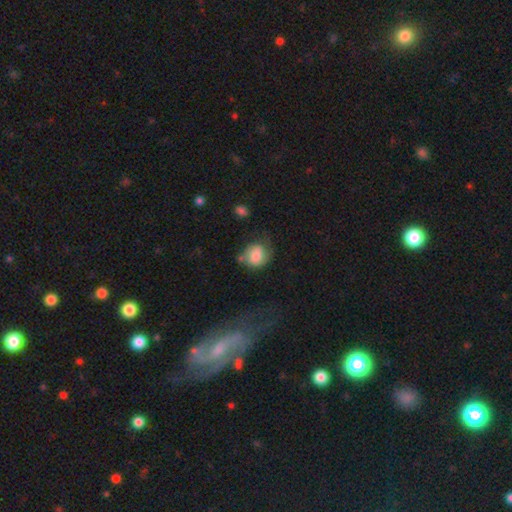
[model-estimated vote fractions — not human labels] Morphology: type=smooth (63%); roundness=round (57%); merging=none (44%).